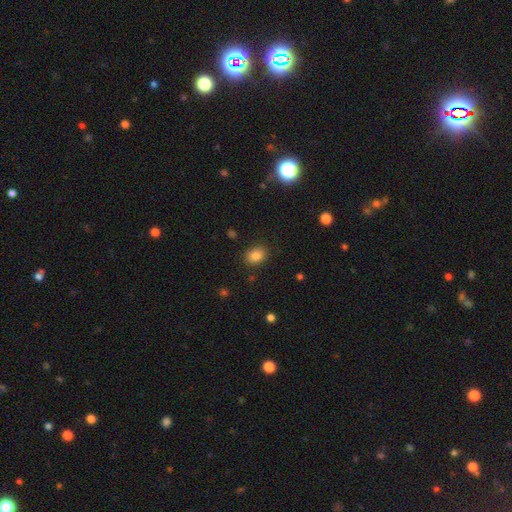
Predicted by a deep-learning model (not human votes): Overall: smooth (85%). How rounded: in between (62%; round 37%). Merging: none (86%).